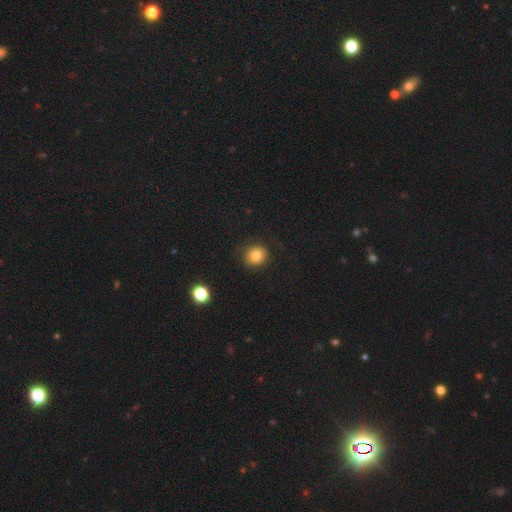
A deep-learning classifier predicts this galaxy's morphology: smooth-or-featured: smooth: 80% | star or artifact: 12% | featured or disk: 8%
  how-rounded: round: 85% | in between: 14% | cigar-shaped: 1%
  merging: none: 89% | minor disturbance: 8% | major disturbance: 2% | merger: 1%